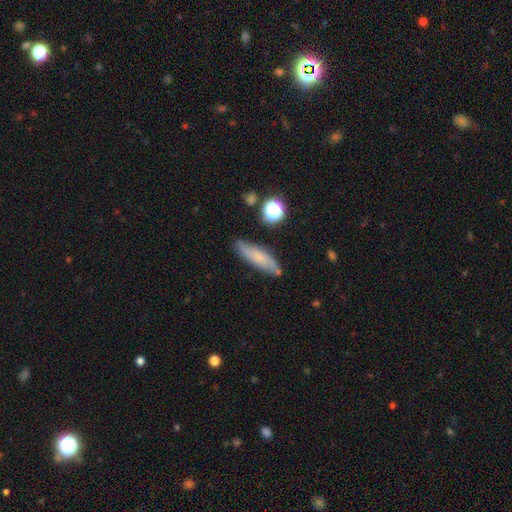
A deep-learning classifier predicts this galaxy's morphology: Q: Smooth or featured?
A: smooth (59%); runner-up: featured or disk (31%)
Q: How rounded?
A: cigar-shaped (65%); runner-up: in between (32%)
Q: Merging?
A: none (77%); runner-up: minor disturbance (17%)